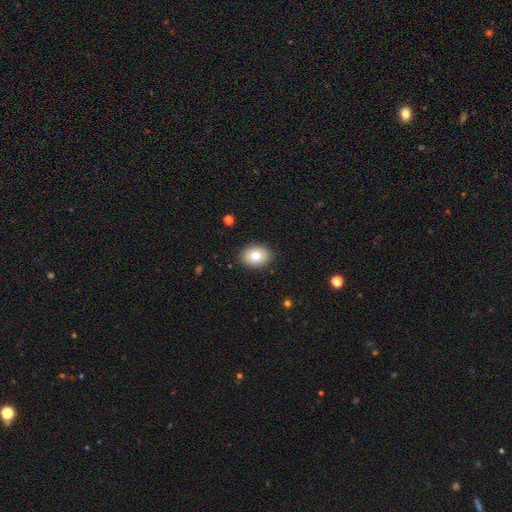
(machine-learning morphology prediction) Overall: smooth (79%). How rounded: in between (70%). Merging: none (89%).